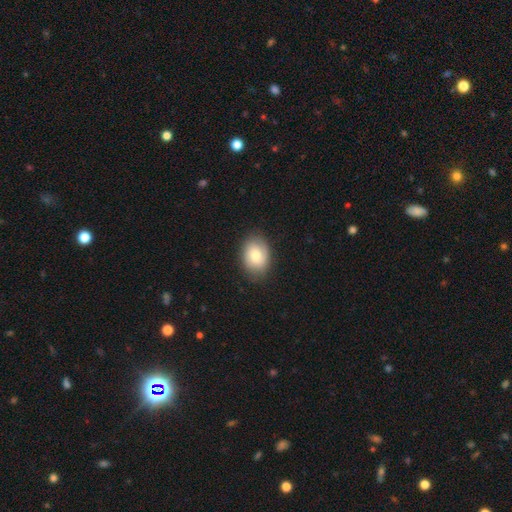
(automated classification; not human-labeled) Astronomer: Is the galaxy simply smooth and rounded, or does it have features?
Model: smooth — 73%.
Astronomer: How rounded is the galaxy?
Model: in between — 73%.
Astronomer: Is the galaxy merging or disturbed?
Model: none — 81%.